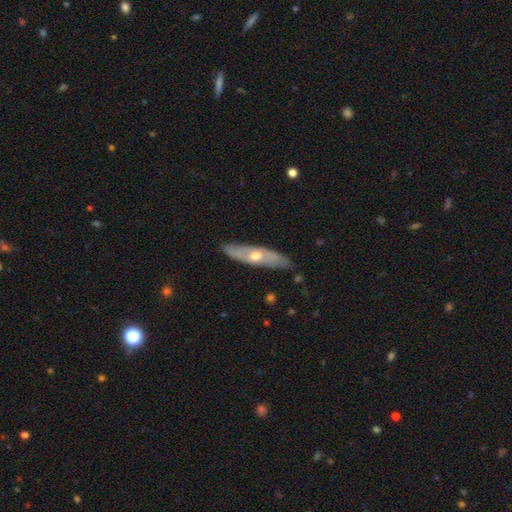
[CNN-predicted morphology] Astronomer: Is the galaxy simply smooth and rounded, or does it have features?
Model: featured or disk — 61%.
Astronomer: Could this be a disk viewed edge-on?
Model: yes — 55% (runner-up: no, 45%).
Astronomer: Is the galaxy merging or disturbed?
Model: none — 86%.